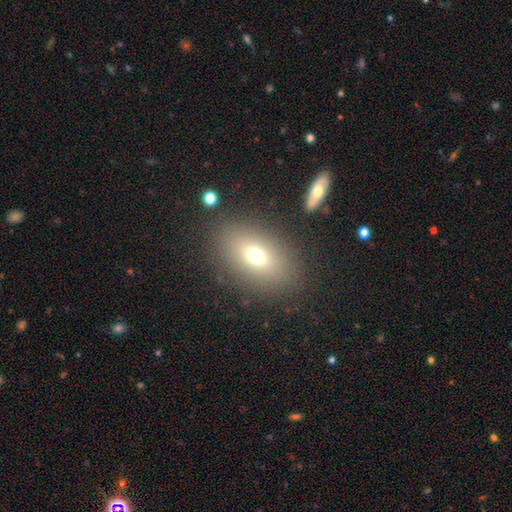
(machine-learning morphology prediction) This appears to be a smooth galaxy with no disk features (69%) that is in between round and cigar-shaped (80%). Merging: none (83%).